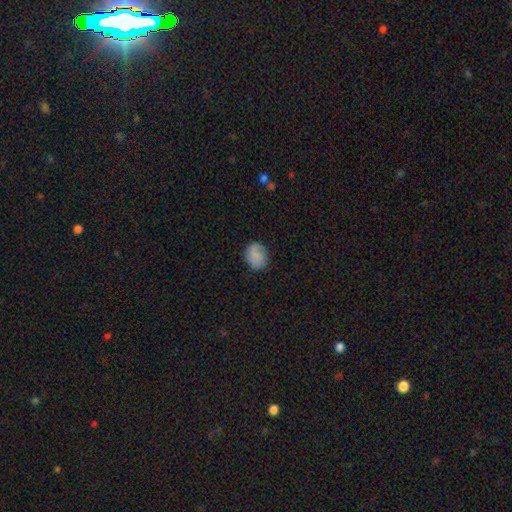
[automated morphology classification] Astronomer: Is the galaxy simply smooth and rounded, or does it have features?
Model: smooth — 80%.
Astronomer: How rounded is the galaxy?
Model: round — 67%.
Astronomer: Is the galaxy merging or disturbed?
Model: none — 78%.